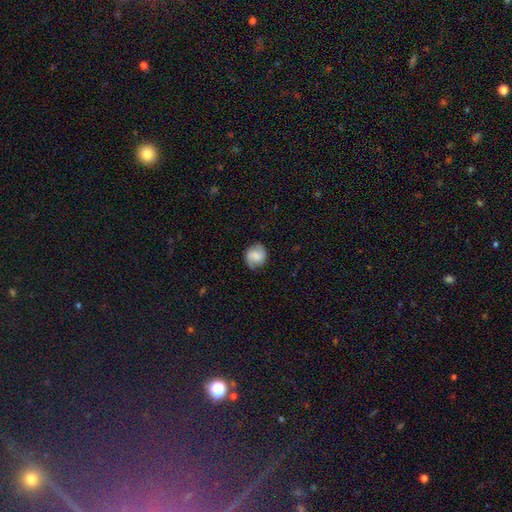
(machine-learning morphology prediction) This is possibly a featured or disk galaxy (51%). It is clearly not viewed edge-on (98%). Merging: likely none (79%).